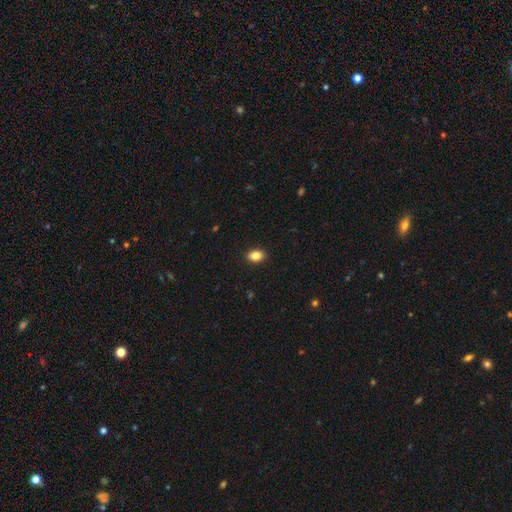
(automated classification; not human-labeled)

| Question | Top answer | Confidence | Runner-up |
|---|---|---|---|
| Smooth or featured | smooth | 86% | star or artifact (9%) |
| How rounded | in between | 77% | round (22%) |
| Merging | none | 90% | minor disturbance (7%) |